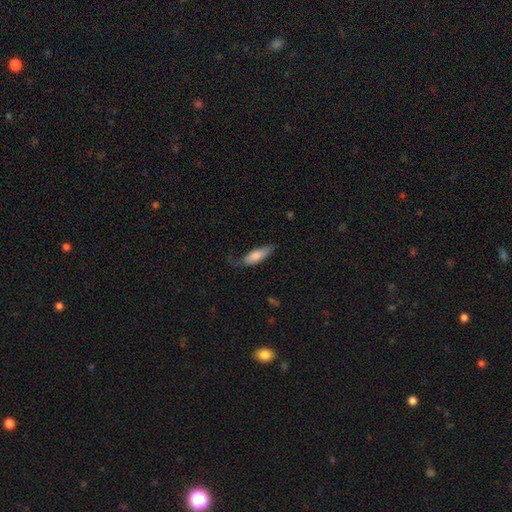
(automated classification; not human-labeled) smooth_or_featured: smooth (p=0.76) [alt: featured or disk p=0.18]
how_rounded: in between (p=0.63) [alt: cigar-shaped p=0.35]
merging: none (p=0.51) [alt: minor disturbance p=0.34]